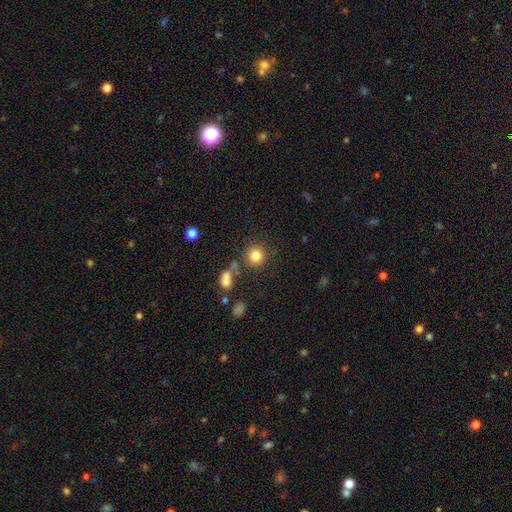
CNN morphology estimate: smooth 82%, star or artifact 12%, featured or disk 6%. Down the decision tree: how rounded — round (91%); merging — none (79%).